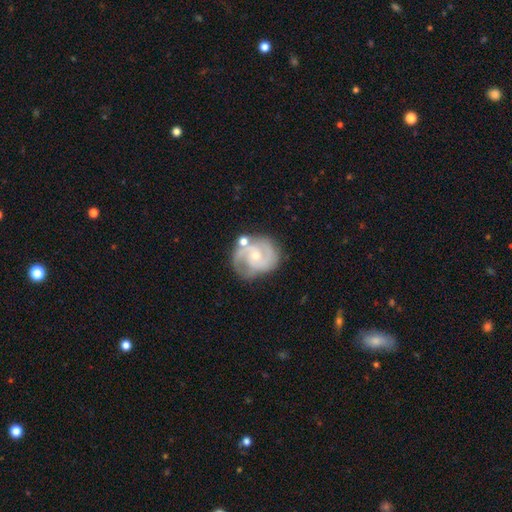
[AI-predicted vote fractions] smooth-or-featured: featured or disk: 83% | smooth: 12% | star or artifact: 6%
  disk-edge-on: no: 98% | yes: 2%
    bar: no: 59% | weak: 35% | strong: 6%
    has-spiral-arms: yes: 95% | no: 5%
      spiral-winding: medium: 47% | tight: 41% | loose: 12%
      spiral-arm-count: 2: 68% | 3: 14% | can't tell: 10% | 1: 3% | 4: 2% | more than 4: 2%
    bulge-size: small: 52% | moderate: 42% | none: 2% | large: 2% | dominant: 1%
  merging: none: 62% | minor disturbance: 19% | merger: 11% | major disturbance: 8%